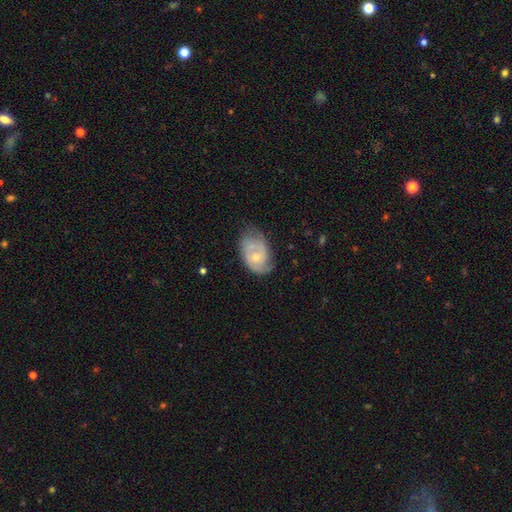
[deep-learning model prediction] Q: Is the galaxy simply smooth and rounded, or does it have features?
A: featured or disk — 74%.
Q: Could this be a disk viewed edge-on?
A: no — 97%.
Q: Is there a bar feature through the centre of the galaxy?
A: no — 71%.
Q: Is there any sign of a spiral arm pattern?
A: yes — 91%.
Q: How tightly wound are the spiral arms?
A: tight — 53%.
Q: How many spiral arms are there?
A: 2 — 56%.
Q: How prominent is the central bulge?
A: small — 48%.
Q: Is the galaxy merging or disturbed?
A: none — 58%.